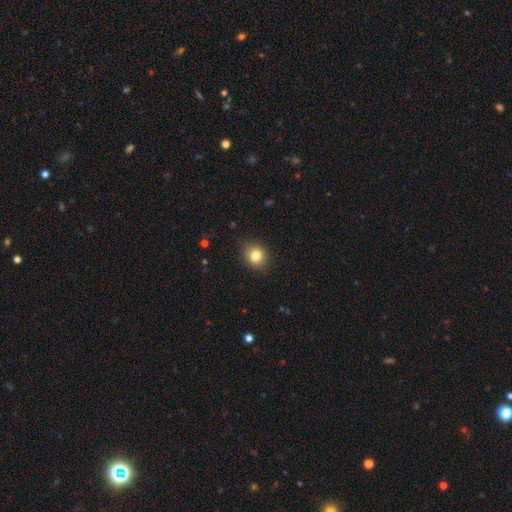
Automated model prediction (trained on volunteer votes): A smooth galaxy with no disk features (83%) that is round (74%). Merging: none (87%).